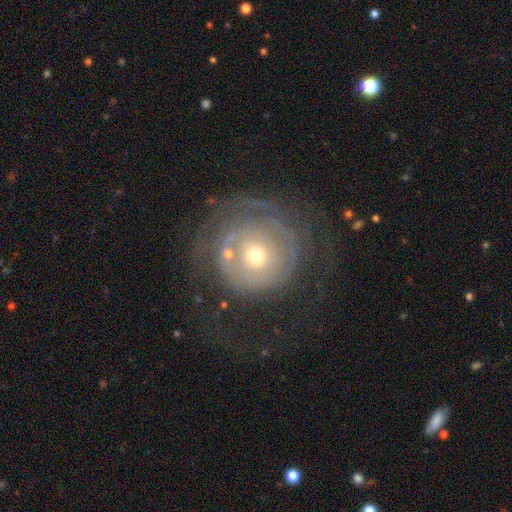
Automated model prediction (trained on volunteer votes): This is likely a featured or disk galaxy (68%). It is clearly not viewed edge-on (97%). Bar: clearly no (85%). Spiral arm pattern: likely yes (66%). Central bulge: possibly small (57%). Merging: possibly none (55%).